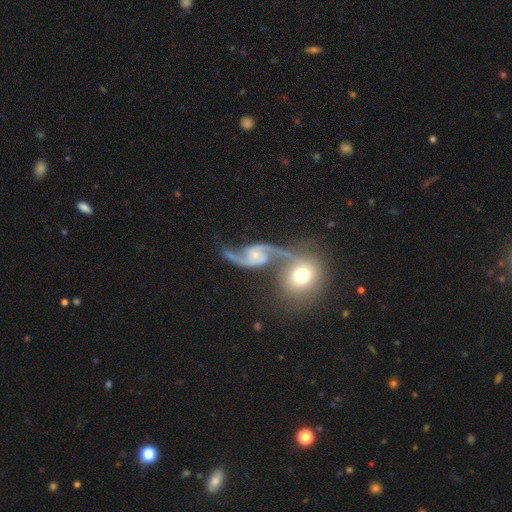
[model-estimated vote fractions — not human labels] Overall: featured or disk (90%). Edge-on disk: no (98%). Bar: no (53%; weak 37%). Spiral arms: yes (97%). Spiral arm count: 2 (94%). Spiral winding: loose (74%). Bulge size: small (59%; moderate 26%). Merging: none (47%; merger 27%).